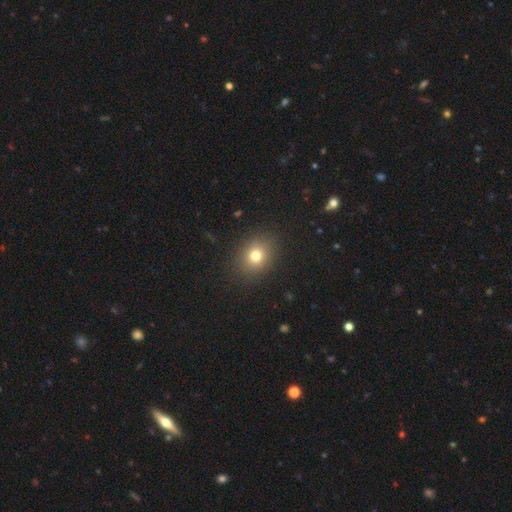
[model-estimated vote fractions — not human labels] This is likely a smooth galaxy (76%). How rounded: possibly round (55%). Merging: clearly none (87%).